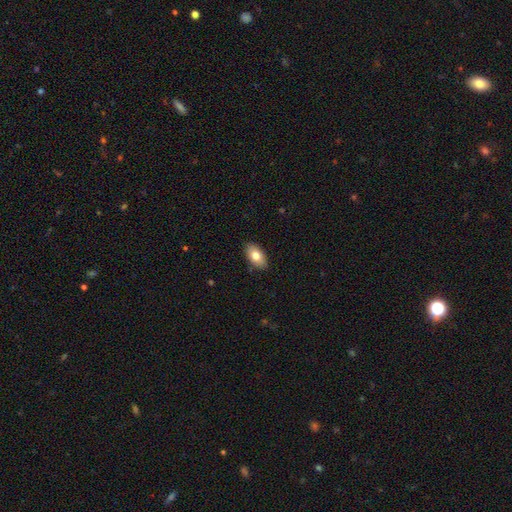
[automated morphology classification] This appears to be a smooth galaxy with no disk features (78%) that is in between round and cigar-shaped (94%). Merging: none (87%).